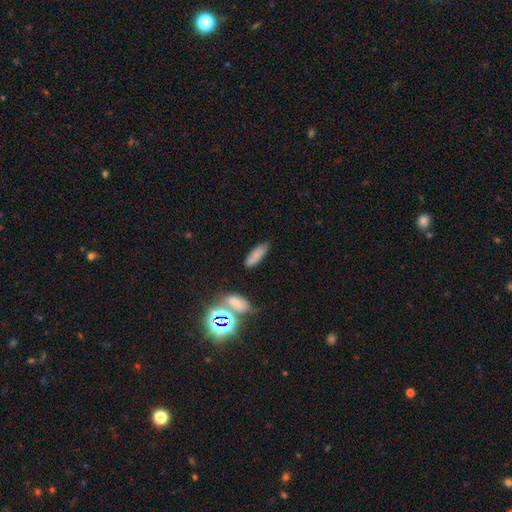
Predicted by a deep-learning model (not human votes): smooth_or_featured: smooth (p=0.69) [alt: featured or disk p=0.19]
how_rounded: in between (p=0.71) [alt: cigar-shaped p=0.26]
merging: none (p=0.71) [alt: minor disturbance p=0.18]